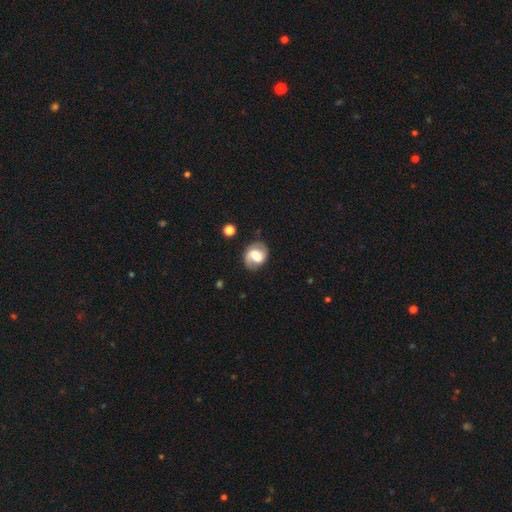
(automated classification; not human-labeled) Smooth or featured?
  - featured or disk: 55% *
  - smooth: 37%
  - star or artifact: 8%
Edge-on disk?
  - no: 97% *
  - yes: 3%
Bar?
  - weak: 45% *
  - no: 29%
  - strong: 26%
Spiral arms?
  - yes: 82% *
  - no: 18%
Bulge size?
  - large: 39% *
  - moderate: 34%
  - small: 13%
  - dominant: 7%
  - none: 6%
Merging?
  - none: 73% *
  - minor disturbance: 18%
  - major disturbance: 7%
  - merger: 2%